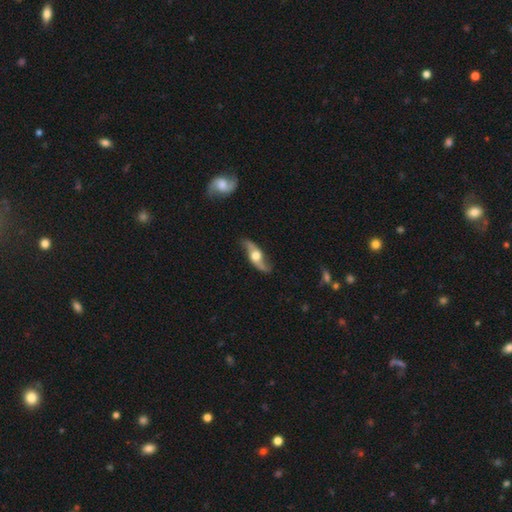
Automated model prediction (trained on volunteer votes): smooth_or_featured: featured or disk (p=0.78) [alt: smooth p=0.17]
disk_edge_on: no (p=0.69) [alt: yes p=0.31]
bar: no (p=0.71) [alt: weak p=0.22]
has_spiral_arms: yes (p=0.89) [alt: no p=0.11]
bulge_size: moderate (p=0.63) [alt: large p=0.26]
merging: none (p=0.79) [alt: minor disturbance p=0.15]